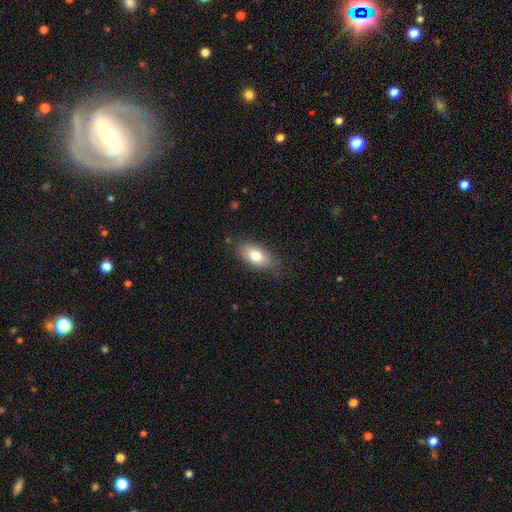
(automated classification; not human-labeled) A smooth galaxy with no disk features (77%) that is in between round and cigar-shaped (88%).

Vote fractions:
- Smooth or featured? smooth: 77% / featured or disk: 15% / star or artifact: 7%
- How rounded? in between: 88% / cigar-shaped: 7% / round: 5%
- Merging? none: 79% / minor disturbance: 16% / major disturbance: 4% / merger: 1%